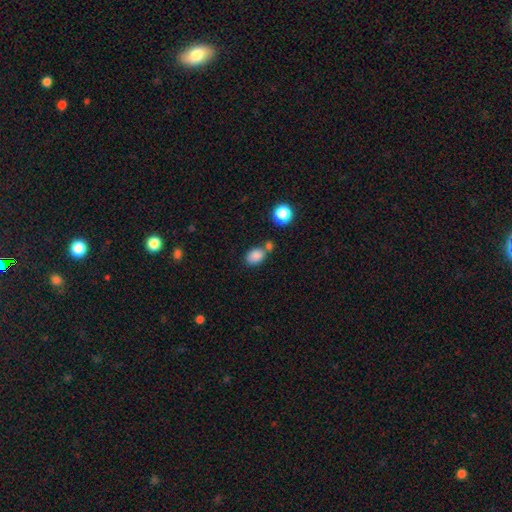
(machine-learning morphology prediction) This is clearly a smooth galaxy (85%). How rounded: likely in between (74%). Merging: likely none (61%).